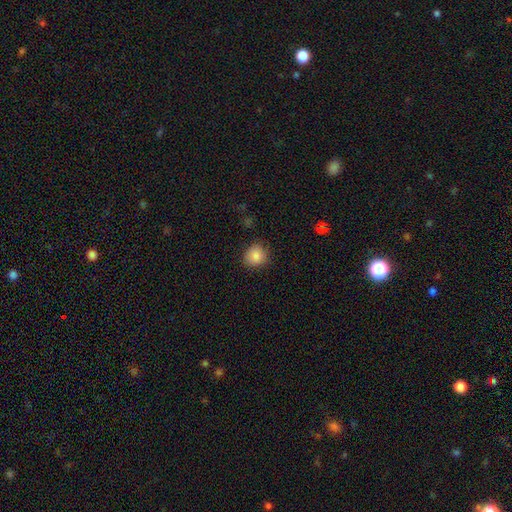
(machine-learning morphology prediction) type=smooth (86%); roundness=round (81%); merging=none (82%).